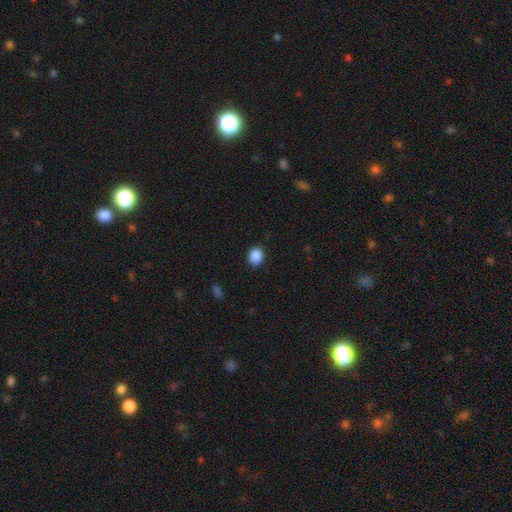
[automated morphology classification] Smooth or featured?
  - smooth: 89% *
  - star or artifact: 9%
  - featured or disk: 3%
How rounded?
  - round: 58% *
  - in between: 41%
  - cigar-shaped: 1%
Merging?
  - none: 88% *
  - minor disturbance: 8%
  - major disturbance: 2%
  - merger: 1%